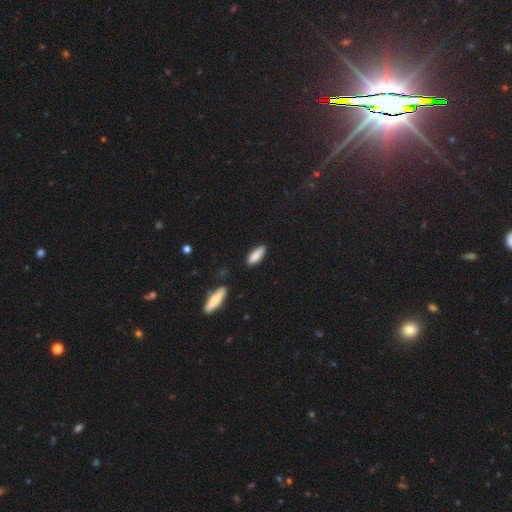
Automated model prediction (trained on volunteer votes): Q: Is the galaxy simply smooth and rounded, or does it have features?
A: smooth — 86%.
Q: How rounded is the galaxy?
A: in between — 60%.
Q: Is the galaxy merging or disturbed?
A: none — 83%.